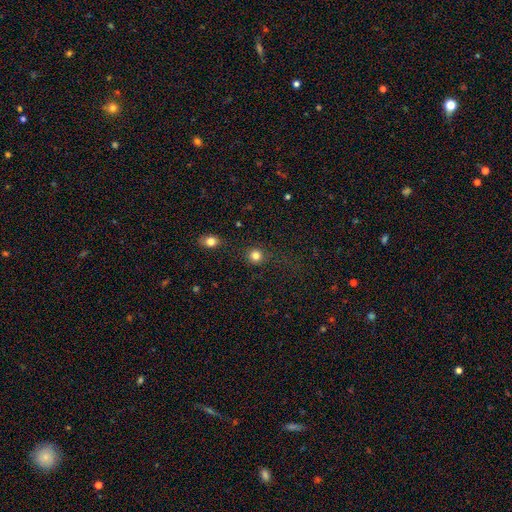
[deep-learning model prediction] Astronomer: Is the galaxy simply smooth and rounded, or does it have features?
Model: smooth — 81%.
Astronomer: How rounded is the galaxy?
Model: round — 92%.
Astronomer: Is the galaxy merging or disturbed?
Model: none — 86%.